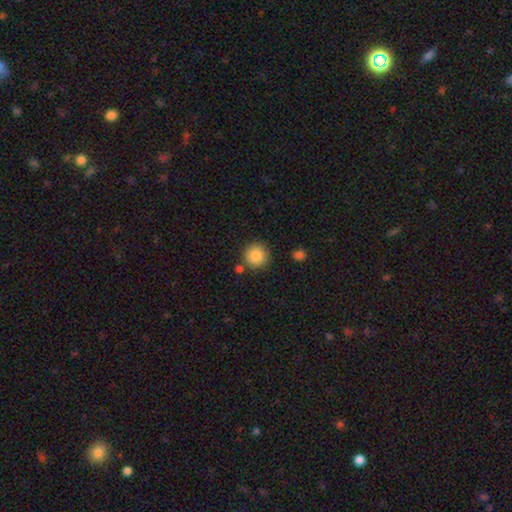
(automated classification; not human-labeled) Smooth or featured?
  - smooth: 86% *
  - star or artifact: 9%
  - featured or disk: 5%
How rounded?
  - round: 95% *
  - in between: 4%
  - cigar-shaped: 1%
Merging?
  - none: 84% *
  - minor disturbance: 8%
  - merger: 6%
  - major disturbance: 2%